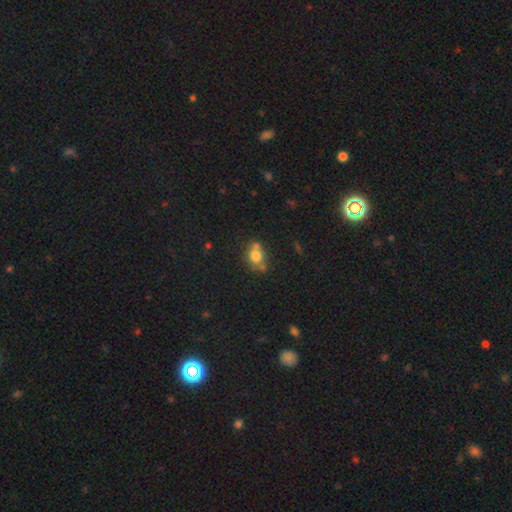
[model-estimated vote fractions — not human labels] A smooth galaxy with no disk features (70%) that is round (54%). Merging: none (51%).